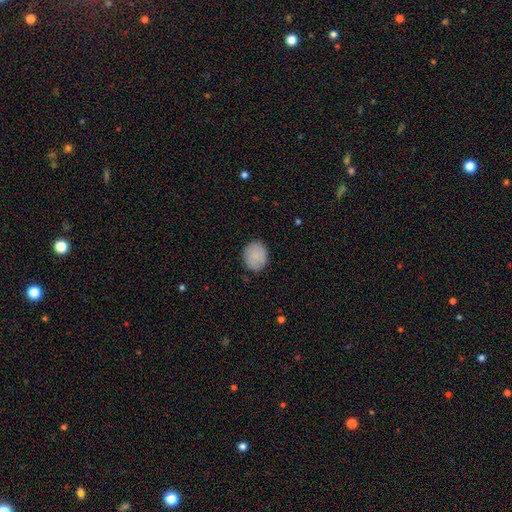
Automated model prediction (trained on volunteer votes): A smooth galaxy with no disk features (86%) that is round (63%).

Vote fractions:
- Smooth or featured? smooth: 86% / featured or disk: 7% / star or artifact: 7%
- How rounded? round: 63% / in between: 36% / cigar-shaped: 1%
- Merging? none: 84% / minor disturbance: 12% / major disturbance: 3% / merger: 1%